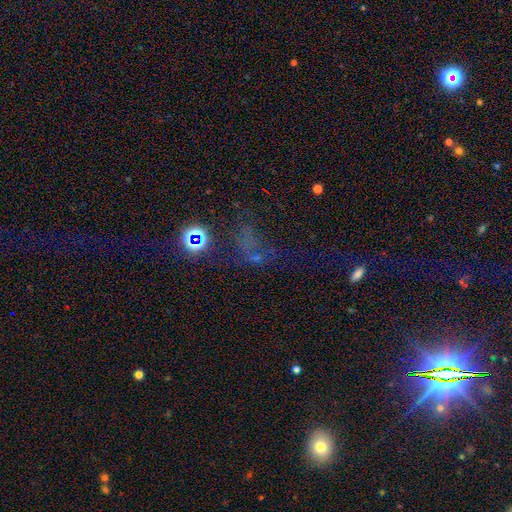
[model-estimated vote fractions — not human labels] star or artifact 53%, smooth 29%, featured or disk 18%.